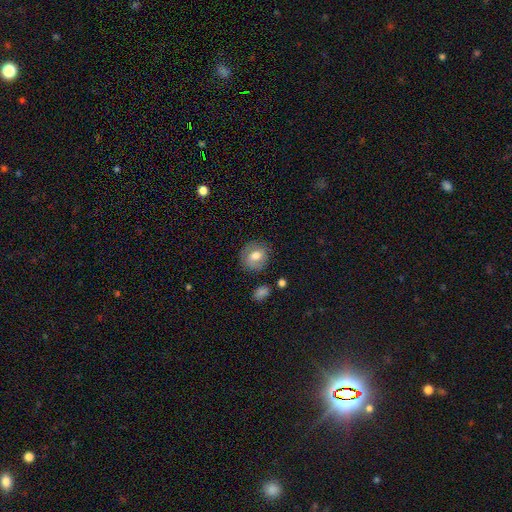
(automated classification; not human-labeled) Morphology: type=smooth (69%); roundness=round (79%); merging=none (79%).